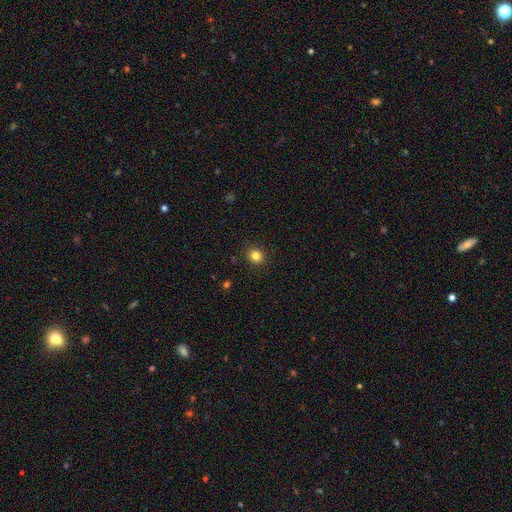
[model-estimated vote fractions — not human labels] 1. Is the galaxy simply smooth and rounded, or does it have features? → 83% smooth, 12% star or artifact, 5% featured or disk.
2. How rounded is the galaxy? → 80% round, 20% in between, 1% cigar-shaped.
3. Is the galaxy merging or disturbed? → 91% none, 6% minor disturbance, 2% major disturbance, 1% merger.